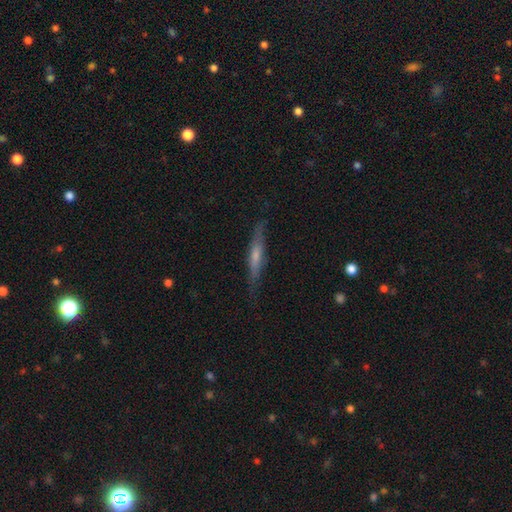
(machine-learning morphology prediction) Smooth or featured? Predicted: featured or disk (p=0.57). Edge-on disk? Predicted: yes (p=0.91). Edge-on bulge? Predicted: rounded (p=0.50). Merging? Predicted: none (p=0.82).